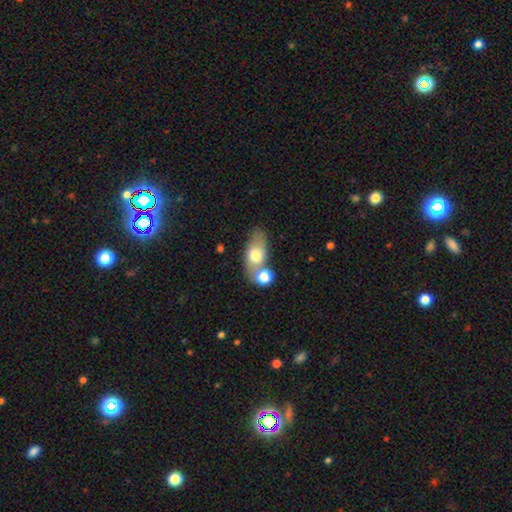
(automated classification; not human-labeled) This appears to be a smooth galaxy with no disk features (68%) that is in between round and cigar-shaped (83%). Merging: none (46%).